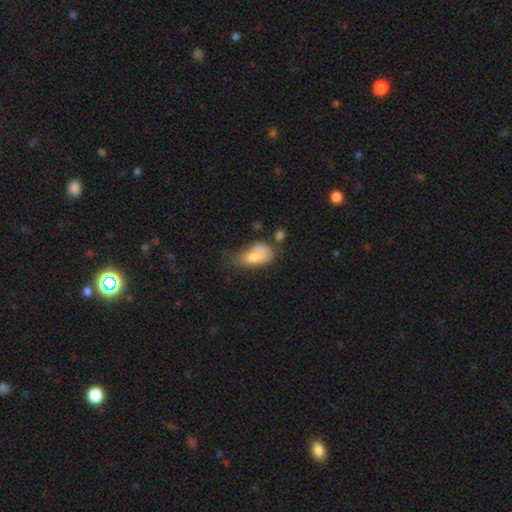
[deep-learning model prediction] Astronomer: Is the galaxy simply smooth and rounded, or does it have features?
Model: smooth — 76%.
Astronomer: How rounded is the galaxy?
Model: in between — 88%.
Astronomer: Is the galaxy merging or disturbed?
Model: minor disturbance — 32% (runner-up: none, 28%).